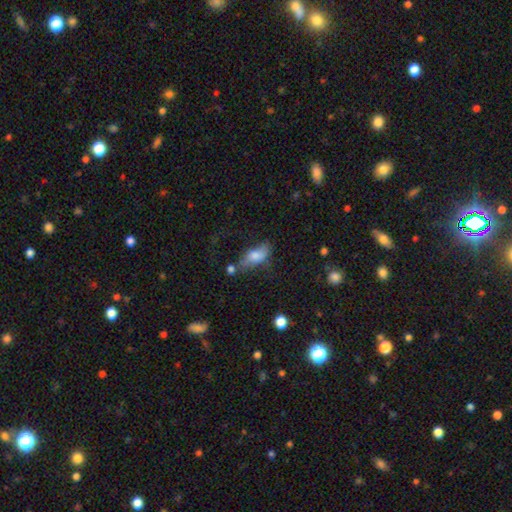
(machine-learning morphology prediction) Smooth or featured? smooth (71%)
How rounded? in between (81%)
Merging? none (47%)